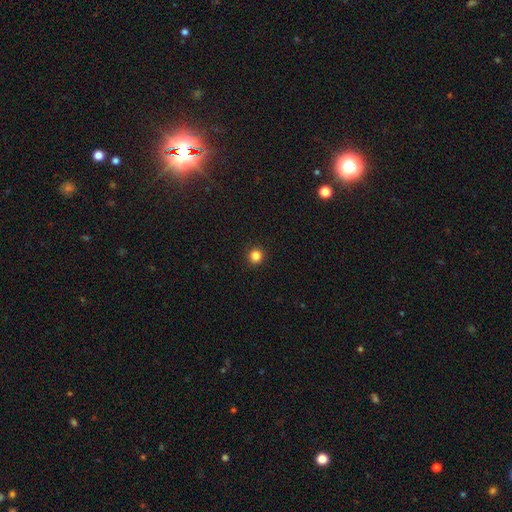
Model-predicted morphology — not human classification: The model was most divided on "smooth or featured": smooth: 85%, star or artifact: 12%, featured or disk: 3%. More confident: how rounded — round (93%); merging — none (92%).